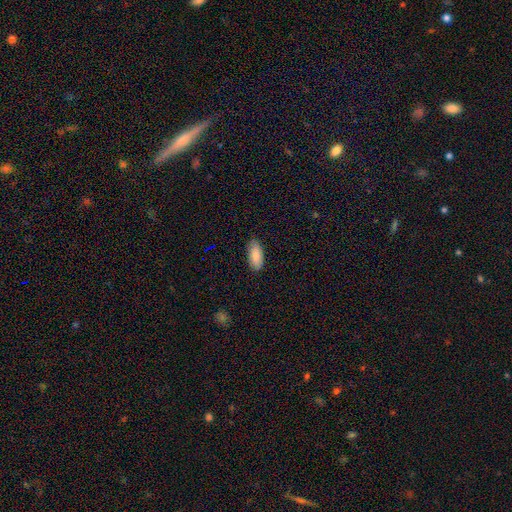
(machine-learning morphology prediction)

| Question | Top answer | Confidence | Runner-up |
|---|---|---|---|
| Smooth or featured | smooth | 84% | featured or disk (10%) |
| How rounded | in between | 86% | cigar-shaped (12%) |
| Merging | none | 84% | minor disturbance (12%) |